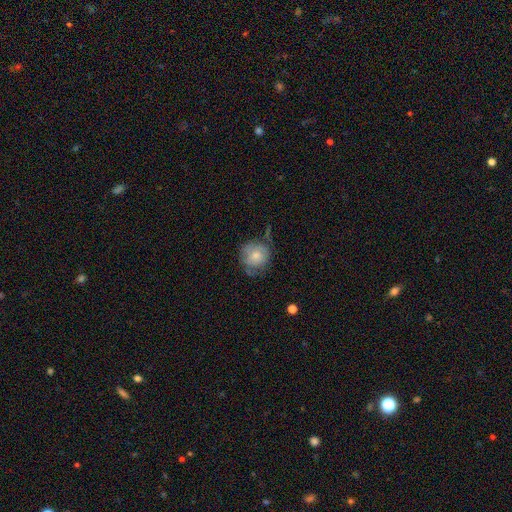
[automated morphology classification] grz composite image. It shows a smooth galaxy with no disk features (65%) that is round (85%). Merging: none (52%).